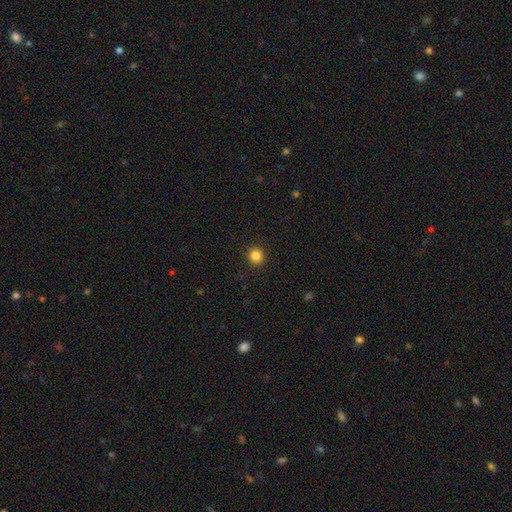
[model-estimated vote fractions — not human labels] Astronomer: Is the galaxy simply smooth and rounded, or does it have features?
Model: smooth — 85%.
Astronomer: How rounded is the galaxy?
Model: round — 94%.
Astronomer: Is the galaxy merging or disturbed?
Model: none — 93%.